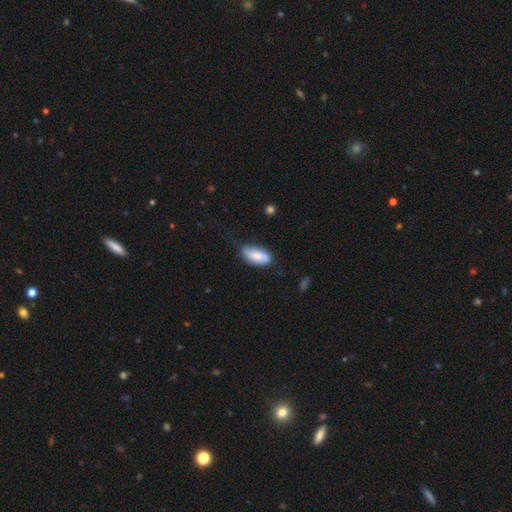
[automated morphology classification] smooth_or_featured: smooth (p=0.67) [alt: featured or disk p=0.26]
how_rounded: in between (p=0.91) [alt: cigar-shaped p=0.05]
merging: none (p=0.63) [alt: minor disturbance p=0.28]